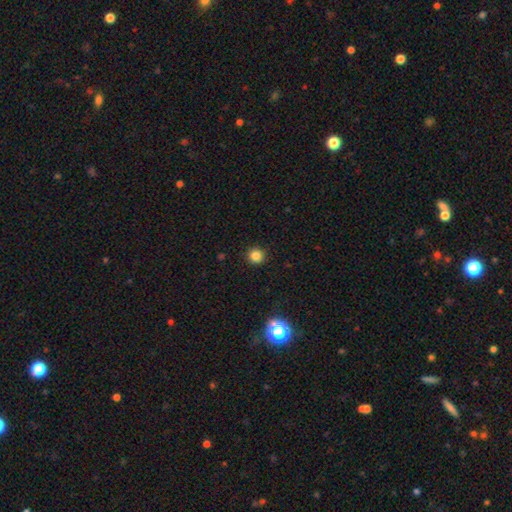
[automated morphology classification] Overall: smooth (83%). How rounded: round (94%). Merging: none (93%).